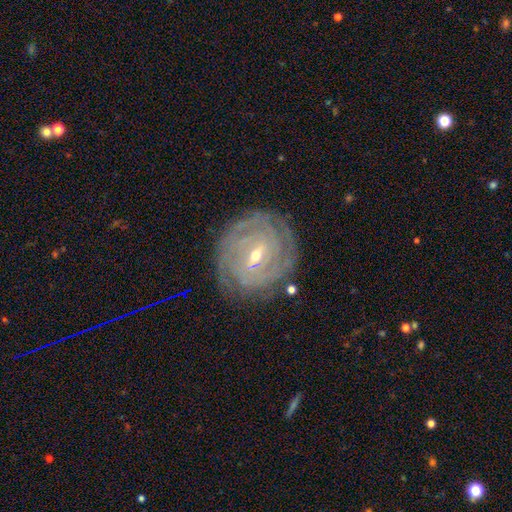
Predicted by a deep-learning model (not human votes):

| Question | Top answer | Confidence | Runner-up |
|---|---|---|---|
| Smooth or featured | featured or disk | 87% | smooth (7%) |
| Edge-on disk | no | 96% | yes (4%) |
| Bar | weak | 50% | strong (35%) |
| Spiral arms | yes | 95% | no (5%) |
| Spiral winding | tight | 84% | medium (13%) |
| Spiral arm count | can't tell | 36% | 4 (19%) |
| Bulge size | small | 58% | moderate (40%) |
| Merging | none | 83% | minor disturbance (12%) |